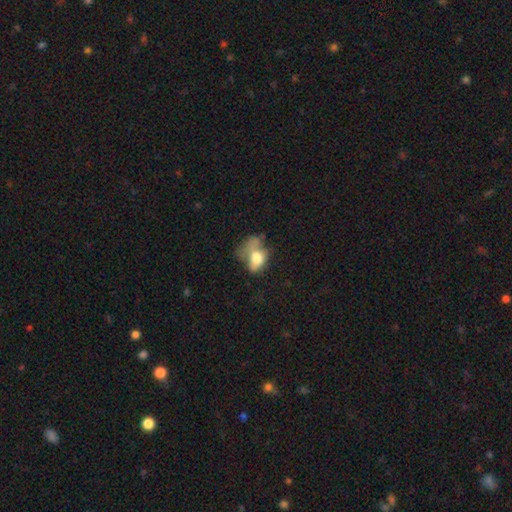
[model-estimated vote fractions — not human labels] Smooth or featured: smooth — 65% (featured or disk — 25%)
How rounded: in between — 76% (round — 22%)
Merging: major disturbance — 45% (minor disturbance — 23%)